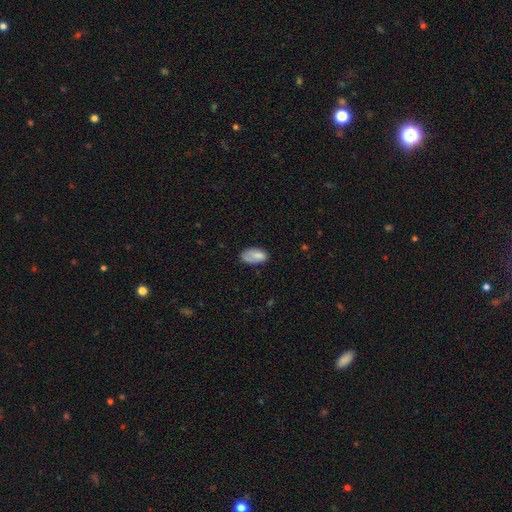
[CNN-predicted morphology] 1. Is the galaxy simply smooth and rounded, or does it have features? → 78% smooth, 14% featured or disk, 8% star or artifact.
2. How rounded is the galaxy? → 93% in between, 4% round, 3% cigar-shaped.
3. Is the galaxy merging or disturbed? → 57% none, 29% minor disturbance, 11% major disturbance, 3% merger.